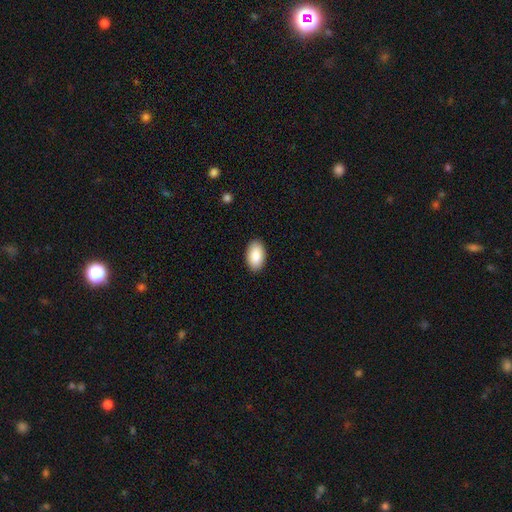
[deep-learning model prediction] smooth-or-featured: smooth: 88% | star or artifact: 6% | featured or disk: 6%
  how-rounded: in between: 95% | round: 4% | cigar-shaped: 1%
  merging: none: 90% | minor disturbance: 7% | major disturbance: 2% | merger: 1%